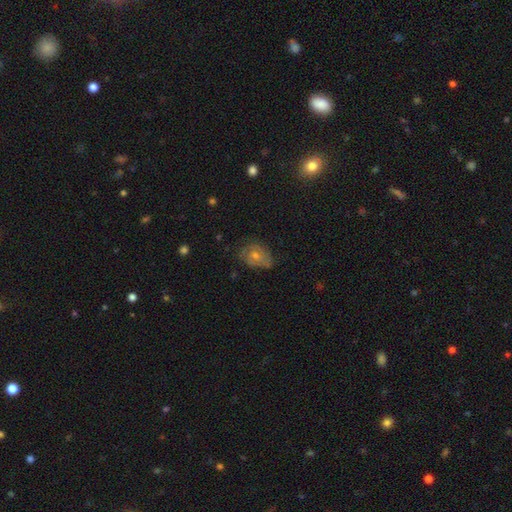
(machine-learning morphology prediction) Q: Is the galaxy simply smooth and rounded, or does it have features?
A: featured or disk — 49%.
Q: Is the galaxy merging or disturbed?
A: none — 65%.